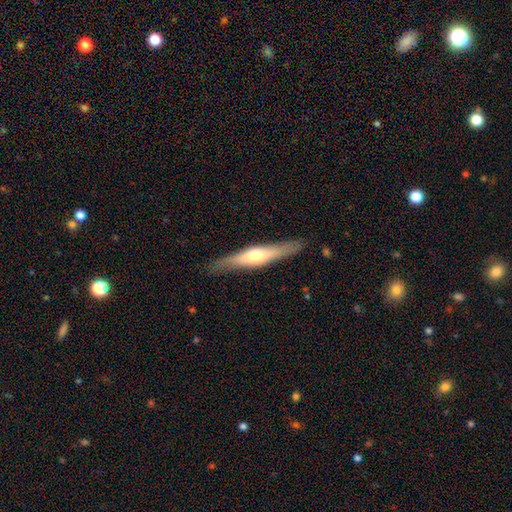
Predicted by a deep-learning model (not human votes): Smooth or featured: featured or disk — 60% (smooth — 34%)
Edge-on disk: yes — 94% (no — 6%)
Edge-on bulge: rounded — 85% (boxy — 8%)
Merging: none — 87% (minor disturbance — 10%)